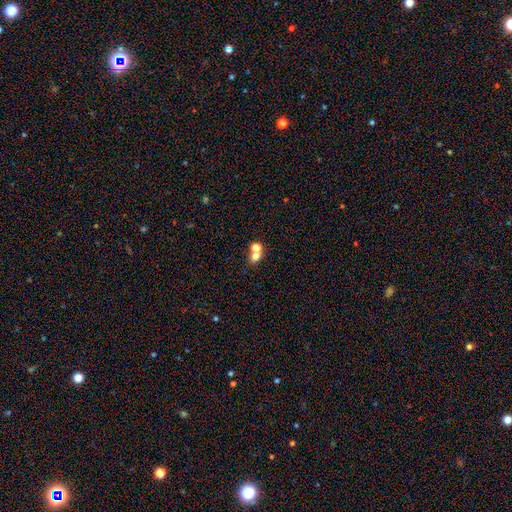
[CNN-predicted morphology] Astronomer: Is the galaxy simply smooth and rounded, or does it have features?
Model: smooth — 70%.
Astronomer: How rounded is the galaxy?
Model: round — 64%.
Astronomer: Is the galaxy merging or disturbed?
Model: merger — 53% (runner-up: none, 38%).